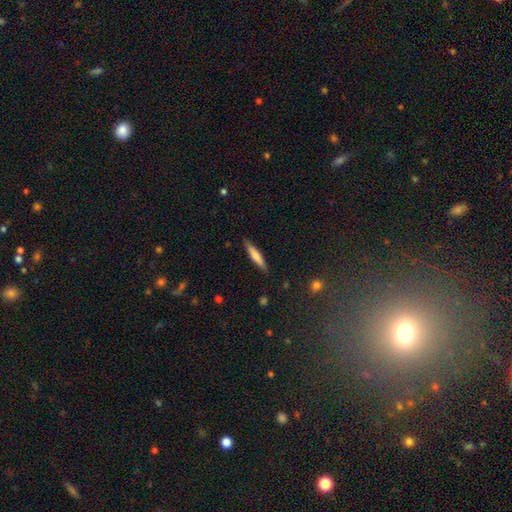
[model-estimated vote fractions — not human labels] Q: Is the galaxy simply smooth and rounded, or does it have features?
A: smooth — 68%.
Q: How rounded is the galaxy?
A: cigar-shaped — 90%.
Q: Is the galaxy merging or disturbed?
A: none — 88%.